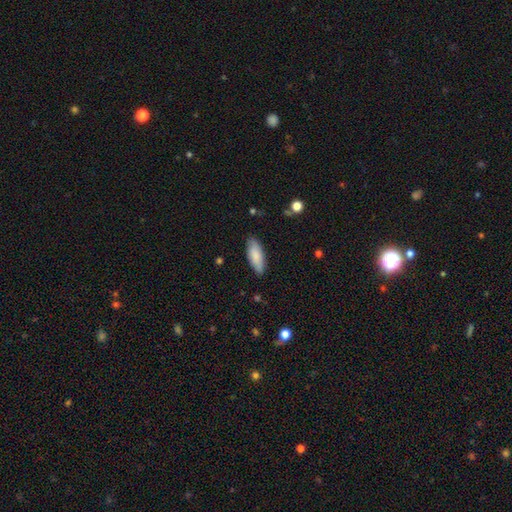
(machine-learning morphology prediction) This is clearly a smooth galaxy (84%). How rounded: likely in between (73%). Merging: clearly none (85%).